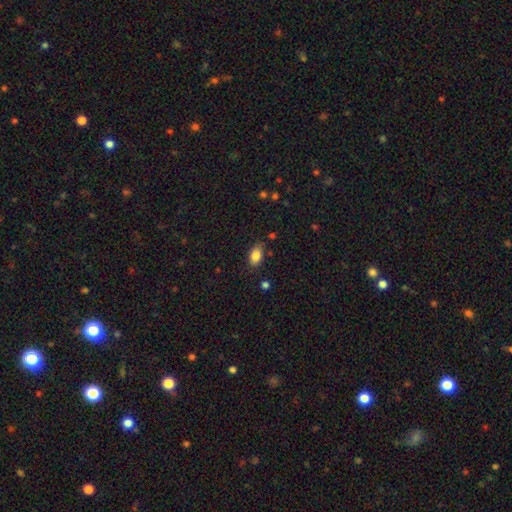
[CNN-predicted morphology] Smooth or featured?
  - smooth: 85% *
  - star or artifact: 8%
  - featured or disk: 6%
How rounded?
  - in between: 89% *
  - round: 8%
  - cigar-shaped: 2%
Merging?
  - none: 80% *
  - minor disturbance: 15%
  - major disturbance: 3%
  - merger: 2%